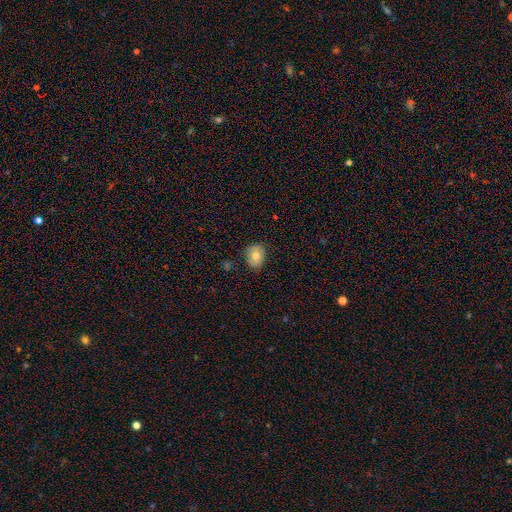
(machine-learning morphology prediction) A smooth galaxy with no disk features (75%) that is in between round and cigar-shaped (54%). Merging: none (80%).